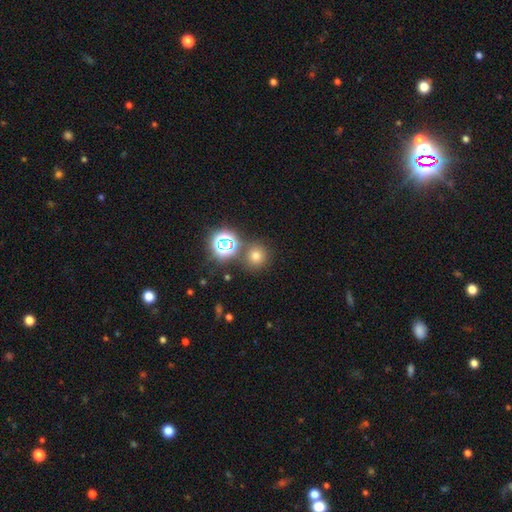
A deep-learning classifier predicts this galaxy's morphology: This appears to be a smooth galaxy with no disk features (66%) that is round (92%). Merging: none (79%).